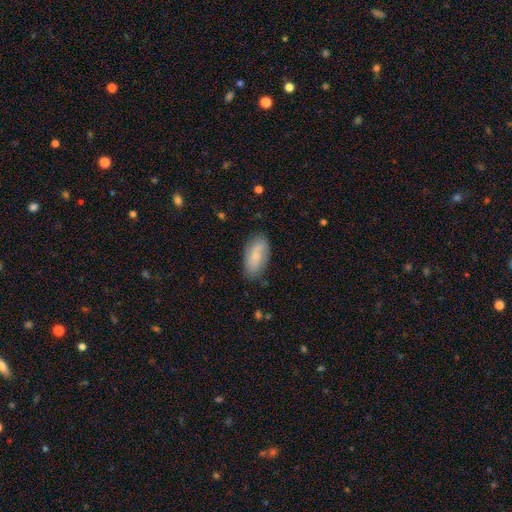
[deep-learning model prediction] smooth-or-featured: smooth: 67% | featured or disk: 26% | star or artifact: 7%
  how-rounded: in between: 91% | cigar-shaped: 6% | round: 3%
  merging: none: 78% | minor disturbance: 17% | major disturbance: 4% | merger: 1%